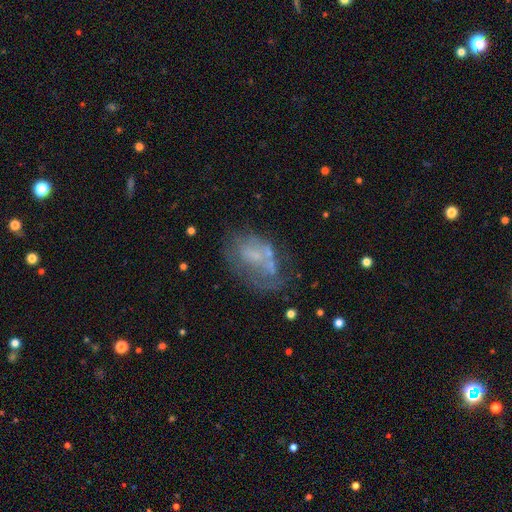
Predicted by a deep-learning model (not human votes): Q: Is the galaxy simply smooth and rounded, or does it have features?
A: featured or disk — 52%.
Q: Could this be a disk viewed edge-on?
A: no — 97%.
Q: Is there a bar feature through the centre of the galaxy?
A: no — 84%.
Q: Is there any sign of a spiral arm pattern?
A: no — 79%.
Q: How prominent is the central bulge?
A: none — 52%.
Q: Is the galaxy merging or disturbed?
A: none — 38%.